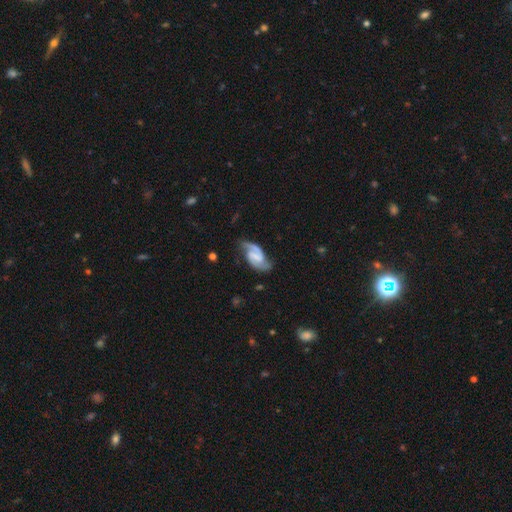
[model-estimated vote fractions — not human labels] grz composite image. It shows a featured or disk galaxy (86%) with a weak bar (48%), 2 (91%) medium (53%) spiral arms (97%) and no central bulge (45%). Merging: none (73%).